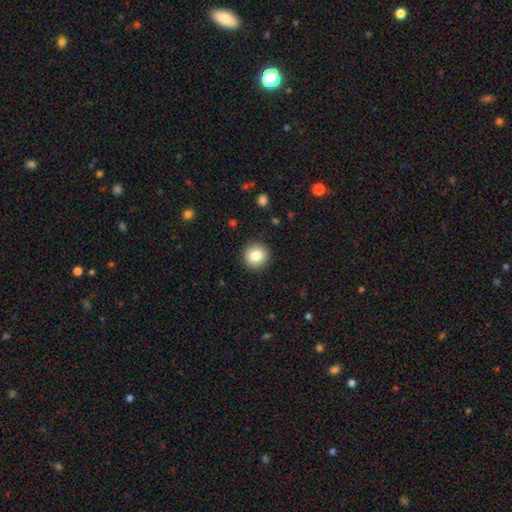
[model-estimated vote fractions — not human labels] Smooth or featured: smooth — 85% (star or artifact — 9%)
How rounded: round — 93% (in between — 6%)
Merging: none — 91% (minor disturbance — 6%)